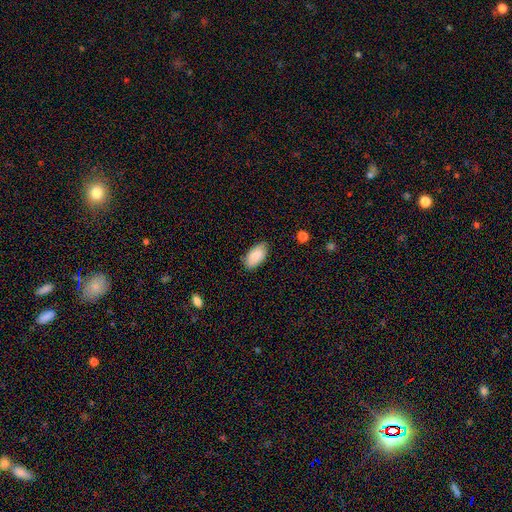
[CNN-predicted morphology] Overall: smooth (86%). How rounded: in between (95%). Merging: none (82%).